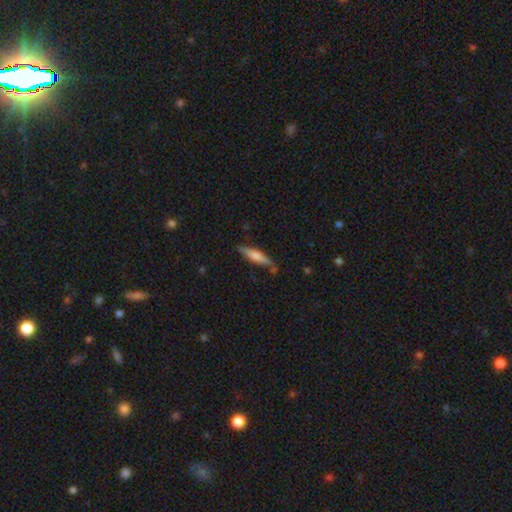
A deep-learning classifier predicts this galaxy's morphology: Smooth or featured?
  - smooth: 63% *
  - featured or disk: 32%
  - star or artifact: 6%
How rounded?
  - cigar-shaped: 81% *
  - in between: 17%
  - round: 2%
Merging?
  - none: 71% *
  - minor disturbance: 20%
  - merger: 4%
  - major disturbance: 4%